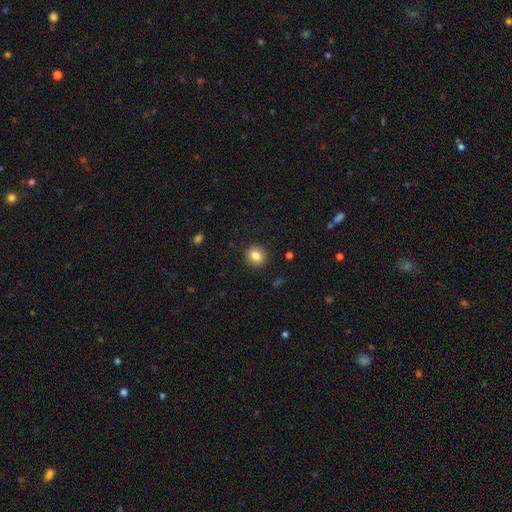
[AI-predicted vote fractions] smooth-or-featured: smooth: 82% | star or artifact: 9% | featured or disk: 8%
  how-rounded: round: 85% | in between: 14% | cigar-shaped: 1%
  merging: none: 91% | minor disturbance: 6% | major disturbance: 2% | merger: 1%